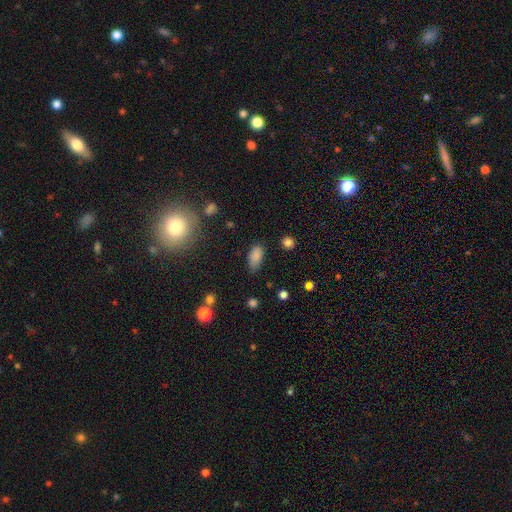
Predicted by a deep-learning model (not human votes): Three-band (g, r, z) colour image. It shows a smooth galaxy with no disk features (84%) that is in between round and cigar-shaped (91%). Merging: none (68%).